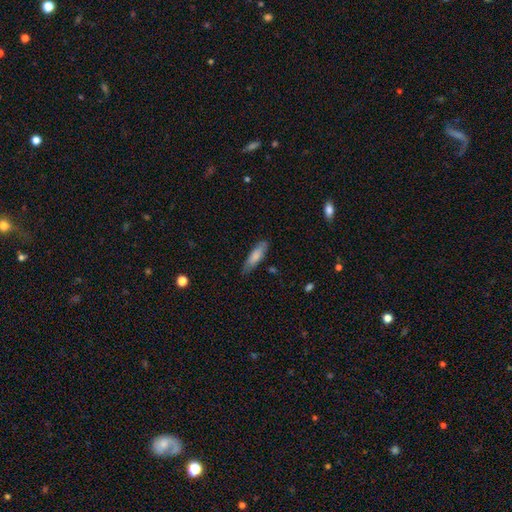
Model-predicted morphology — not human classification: smooth 79%, featured or disk 15%, star or artifact 6%. Down the decision tree: how rounded — cigar-shaped (57%); merging — none (79%).